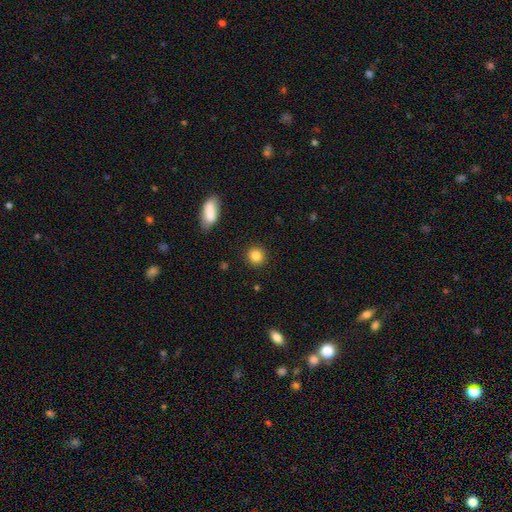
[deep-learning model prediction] Smooth or featured: smooth — 84% (star or artifact — 10%)
How rounded: round — 89% (in between — 10%)
Merging: none — 90% (minor disturbance — 6%)